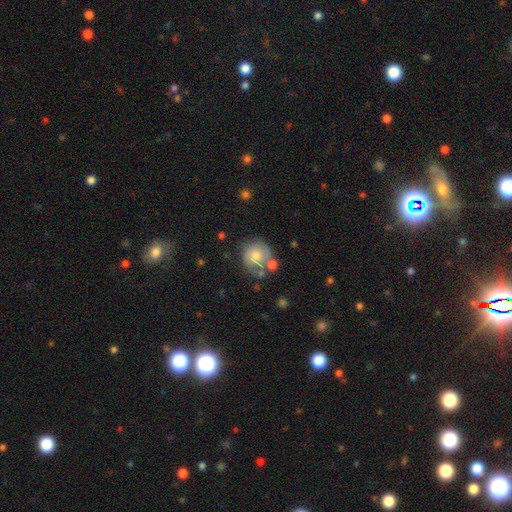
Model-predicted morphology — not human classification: smooth 67%, featured or disk 25%, star or artifact 8%. Down the decision tree: how rounded — round (86%); merging — none (53%).